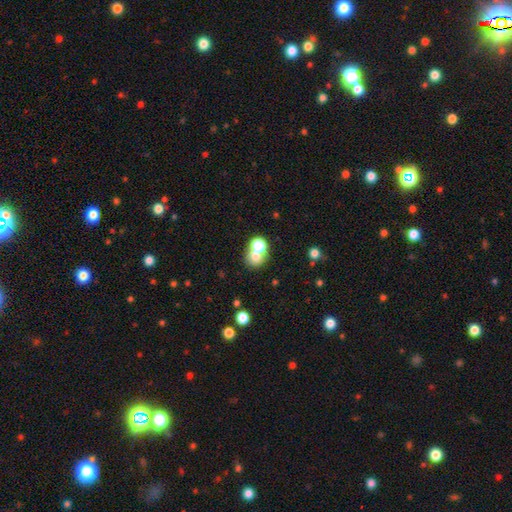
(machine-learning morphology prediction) smooth 70%, star or artifact 16%, featured or disk 14%. Down the decision tree: how rounded — round (71%); merging — merger (48%).